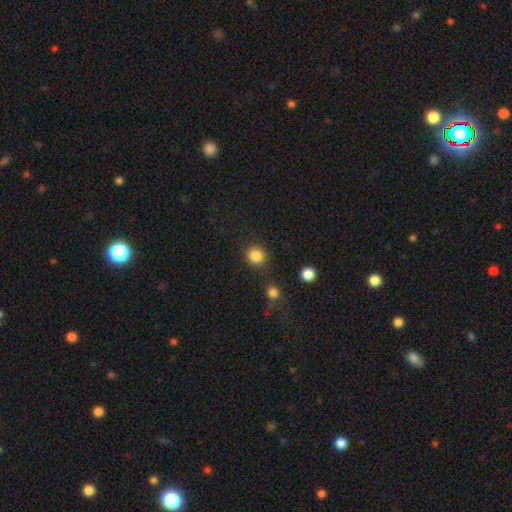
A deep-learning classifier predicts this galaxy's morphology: Smooth or featured?
  - smooth: 85% *
  - star or artifact: 11%
  - featured or disk: 4%
How rounded?
  - round: 83% *
  - in between: 16%
  - cigar-shaped: 1%
Merging?
  - none: 82% *
  - minor disturbance: 9%
  - merger: 5%
  - major disturbance: 3%